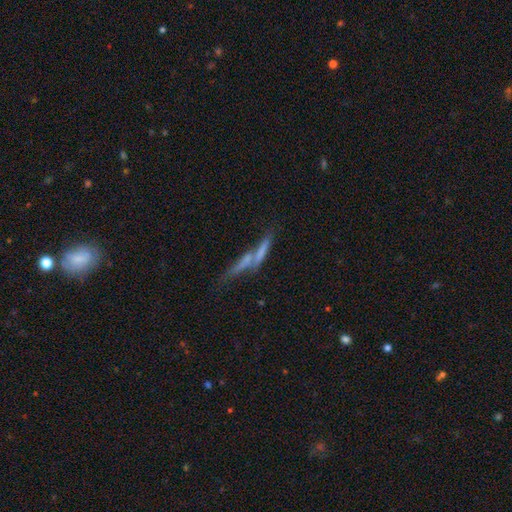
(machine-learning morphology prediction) smooth_or_featured: featured or disk (p=0.49) [alt: smooth p=0.39]
merging: none (p=0.49) [alt: merger p=0.26]